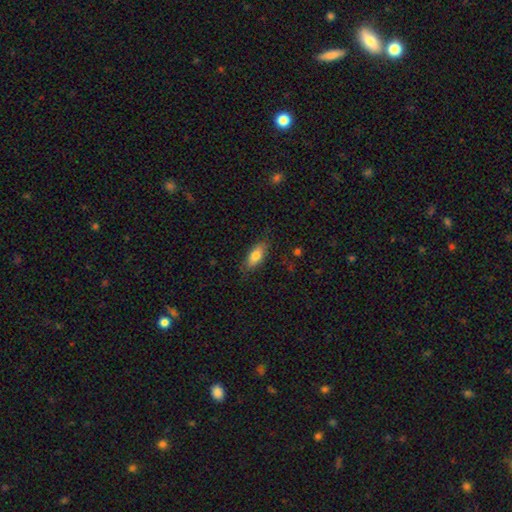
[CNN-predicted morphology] The model was most divided on "how rounded": in between: 79%, cigar-shaped: 18%, round: 3%. More confident: merging — none (81%); smooth or featured — smooth (78%).